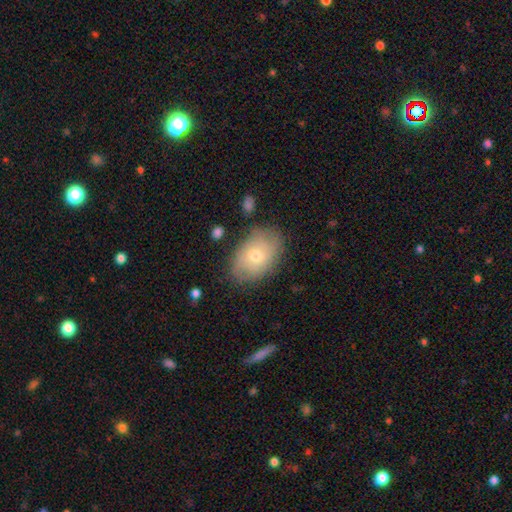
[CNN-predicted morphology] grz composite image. It shows a smooth galaxy with no disk features (61%) that is in between round and cigar-shaped (83%). Merging: none (77%).